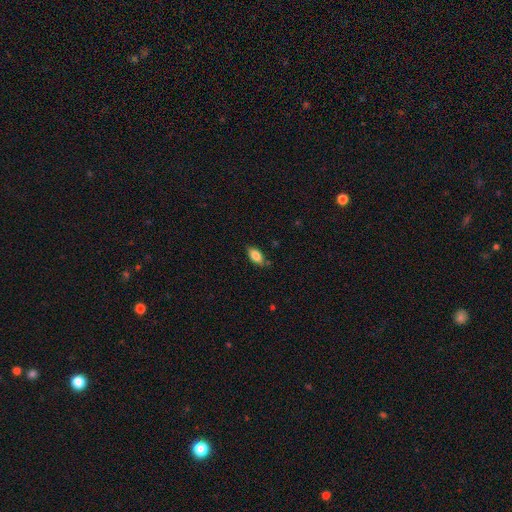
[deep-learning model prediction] A smooth galaxy with no disk features (83%) that is in between round and cigar-shaped (90%). Merging: none (79%).